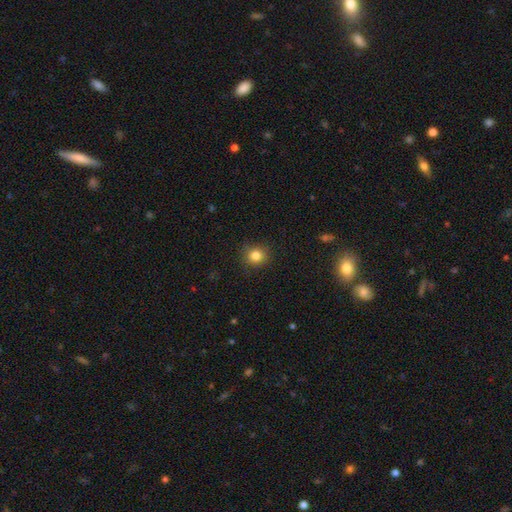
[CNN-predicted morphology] The model was most divided on "how rounded": round: 85%, in between: 14%, cigar-shaped: 1%. More confident: merging — none (89%); smooth or featured — smooth (83%).